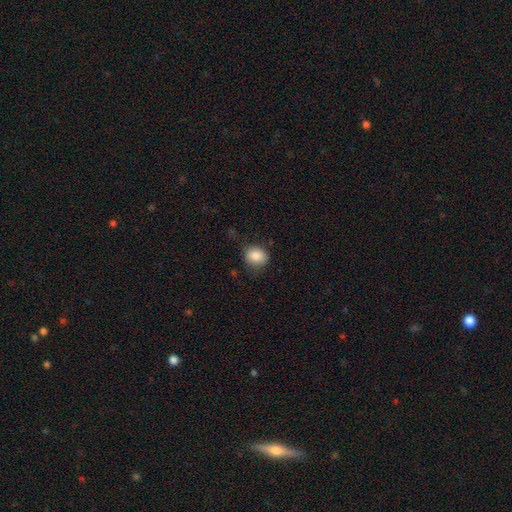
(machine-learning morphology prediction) Smooth or featured?
  - smooth: 84% *
  - star or artifact: 9%
  - featured or disk: 7%
How rounded?
  - round: 70% *
  - in between: 29%
  - cigar-shaped: 1%
Merging?
  - none: 77% *
  - minor disturbance: 17%
  - major disturbance: 4%
  - merger: 1%